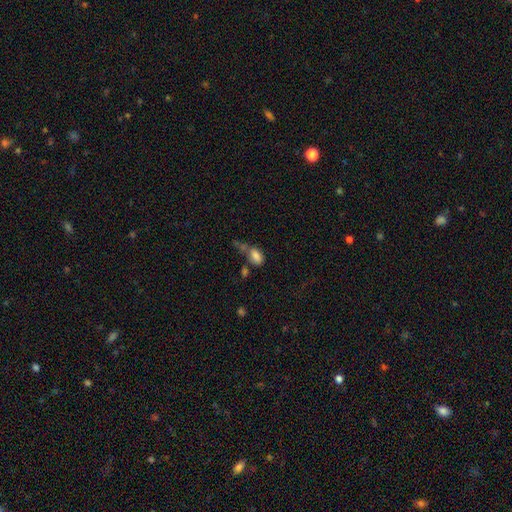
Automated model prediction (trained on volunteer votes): The model was most divided on "merging": none: 34%, merger: 30%, minor disturbance: 19%, major disturbance: 16%. More confident: how rounded — in between (89%); smooth or featured — smooth (78%).